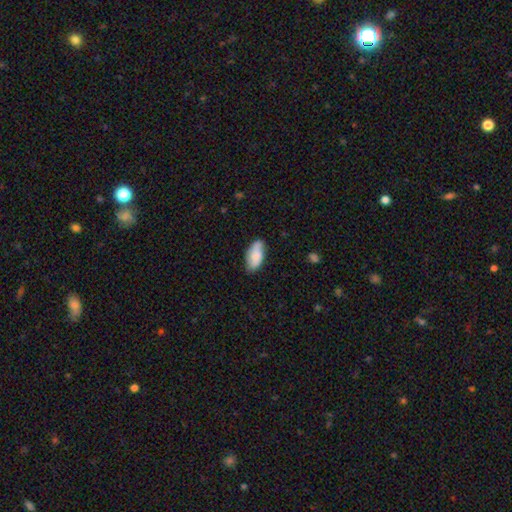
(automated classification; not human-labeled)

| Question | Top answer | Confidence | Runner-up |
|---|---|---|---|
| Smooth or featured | smooth | 69% | featured or disk (24%) |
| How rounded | in between | 93% | cigar-shaped (5%) |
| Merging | none | 70% | minor disturbance (24%) |